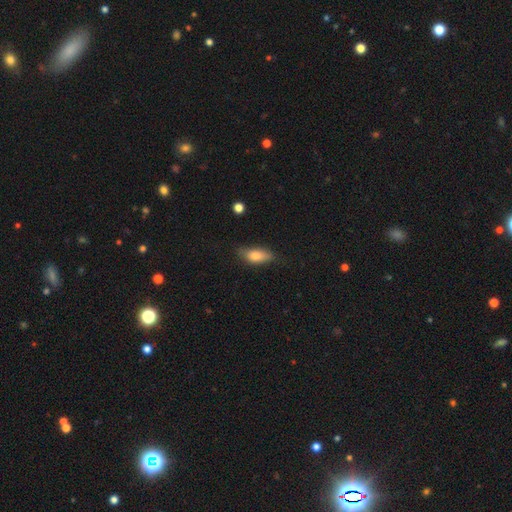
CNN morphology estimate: Overall: smooth (77%). How rounded: in between (82%). Merging: none (67%).